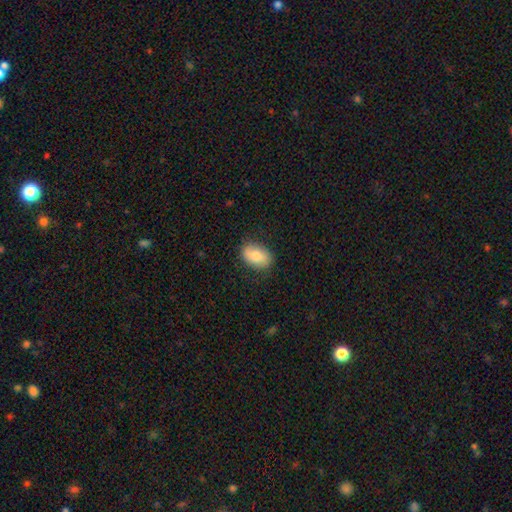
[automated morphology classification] A smooth galaxy with no disk features (77%) that is in between round and cigar-shaped (89%). Merging: none (83%).